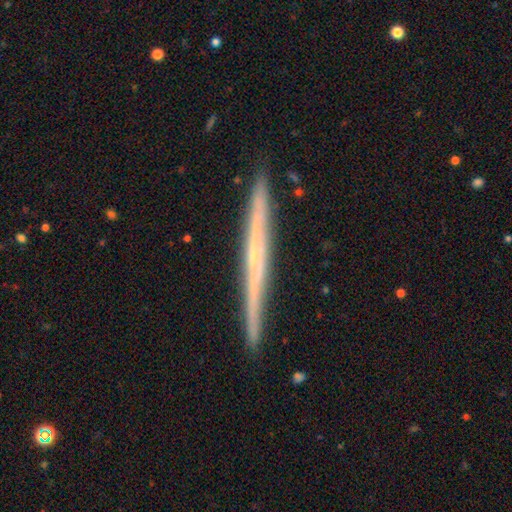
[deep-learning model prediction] Smooth or featured? Predicted: featured or disk (p=0.70). Edge-on disk? Predicted: yes (p=0.98). Edge-on bulge? Predicted: none (p=0.74). Merging? Predicted: none (p=0.91).